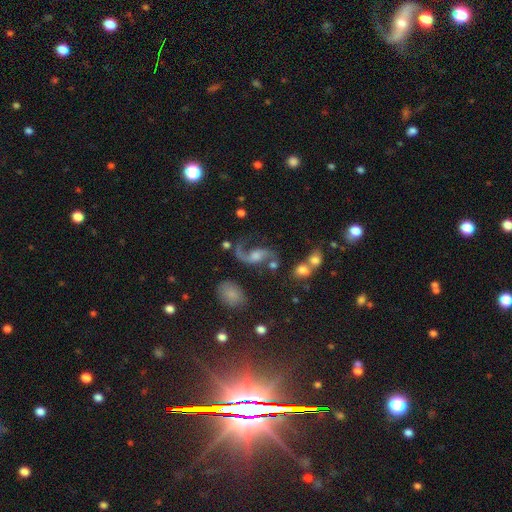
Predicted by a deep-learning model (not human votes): Q: Smooth or featured?
A: featured or disk (79%); runner-up: smooth (11%)
Q: Edge-on disk?
A: no (97%); runner-up: yes (3%)
Q: Bar?
A: no (52%); runner-up: weak (35%)
Q: Spiral arms?
A: yes (94%); runner-up: no (6%)
Q: Spiral winding?
A: loose (71%); runner-up: medium (24%)
Q: Spiral arm count?
A: 2 (72%); runner-up: 1 (23%)
Q: Bulge size?
A: moderate (47%); runner-up: small (30%)
Q: Merging?
A: none (49%); runner-up: major disturbance (24%)